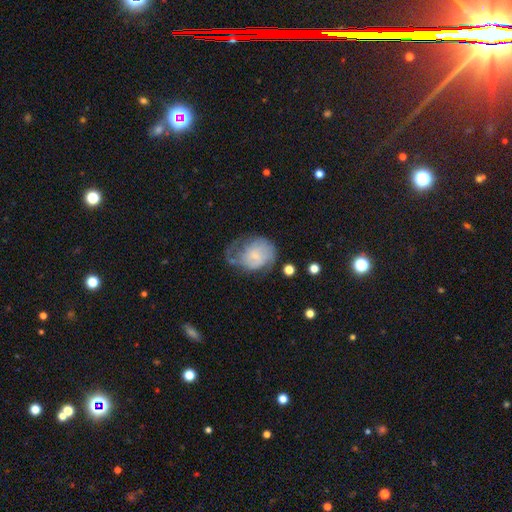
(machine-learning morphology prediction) Overall: featured or disk (52%; smooth 40%). Edge-on disk: no (97%). Bar: no (65%; weak 30%). Spiral arms: yes (77%). Bulge size: small (57%; none 21%). Merging: major disturbance (35%; none 32%).